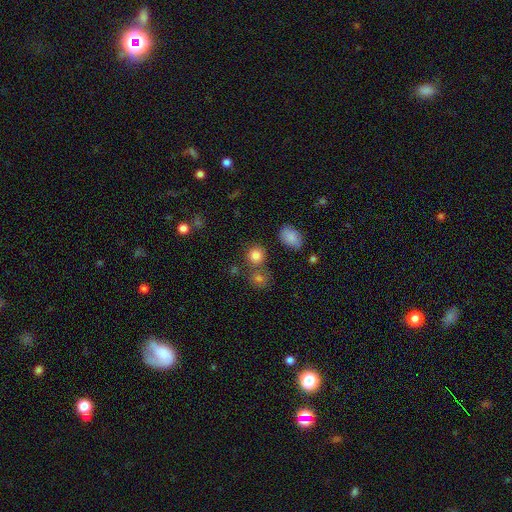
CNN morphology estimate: A smooth galaxy with no disk features (82%) that is round (86%). Merging: none (68%).